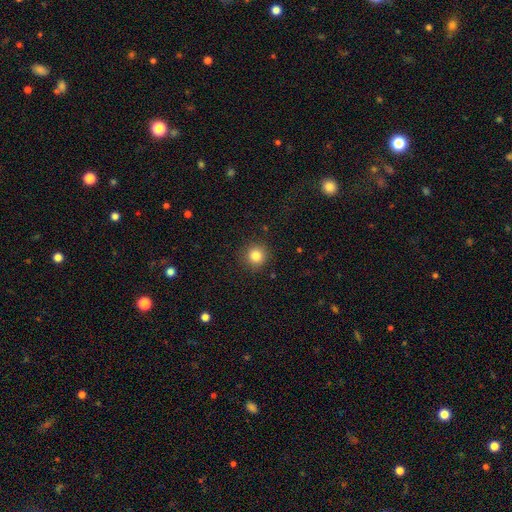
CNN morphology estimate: smooth-or-featured: smooth: 83% | star or artifact: 11% | featured or disk: 5%
  how-rounded: round: 94% | in between: 5% | cigar-shaped: 1%
  merging: none: 90% | minor disturbance: 7% | major disturbance: 2% | merger: 1%